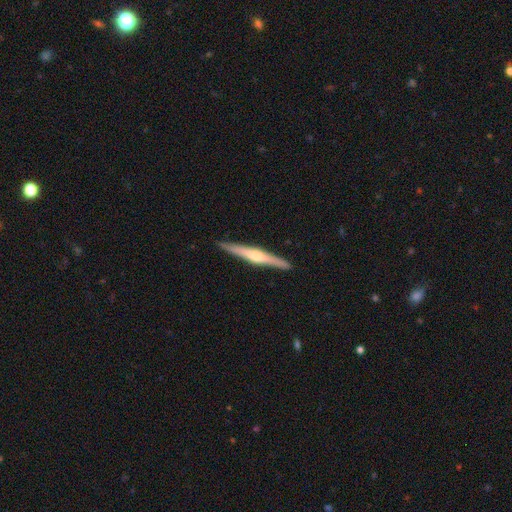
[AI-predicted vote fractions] This appears to be a featured or disk galaxy (69%) viewed edge-on (98%) with a rounded central bulge (82%). Merging: none (91%).